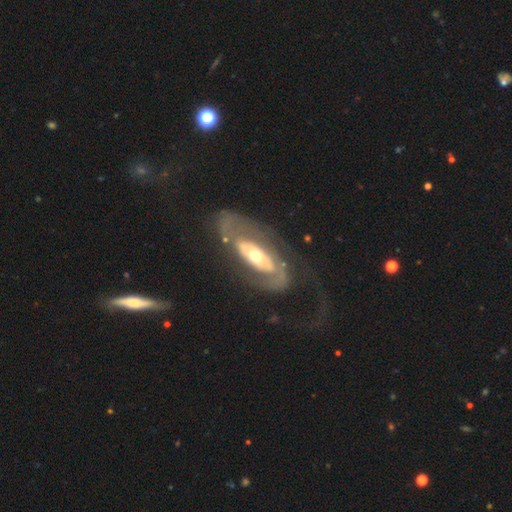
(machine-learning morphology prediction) type=featured or disk (78%); edge-on=no (90%); bar=no (64%); spiral arms=yes (66%); bulge=moderate (68%); merging=none (58%).